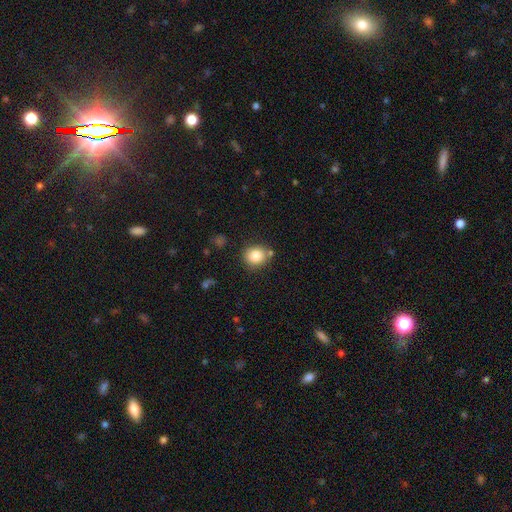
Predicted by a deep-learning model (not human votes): This is clearly a smooth galaxy (82%). How rounded: clearly round (84%). Merging: likely none (79%).